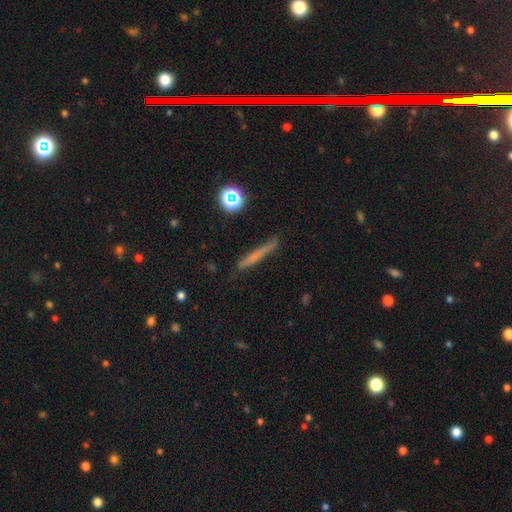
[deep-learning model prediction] Smooth or featured: smooth — 57% (featured or disk — 31%)
How rounded: cigar-shaped — 93% (in between — 4%)
Merging: none — 81% (minor disturbance — 13%)